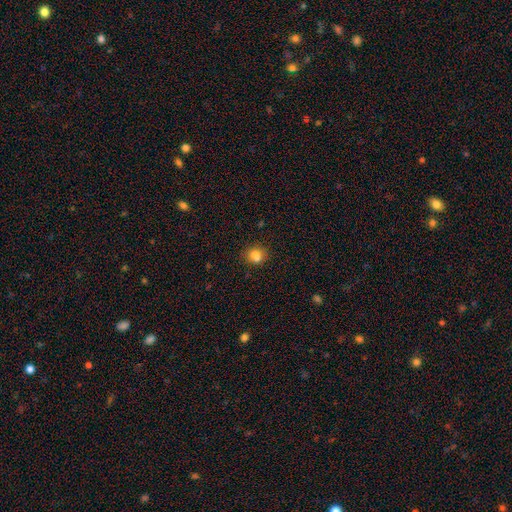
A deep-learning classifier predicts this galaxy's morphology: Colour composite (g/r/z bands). It shows a smooth galaxy with no disk features (80%) that is round (62%). Merging: none (66%).